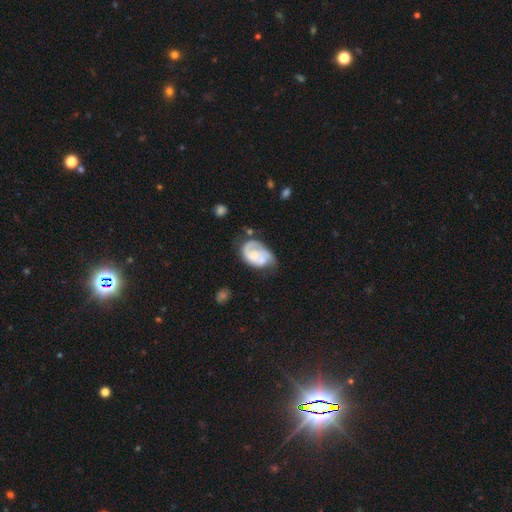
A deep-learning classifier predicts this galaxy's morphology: Overall: featured or disk (67%). Edge-on disk: no (98%). Bar: no (69%). Spiral arms: yes (85%). Spiral arm count: 2 (43%; 1 36%). Spiral winding: tight (40%; medium 39%). Bulge size: moderate (32%; small 29%). Merging: none (39%; minor disturbance 30%).